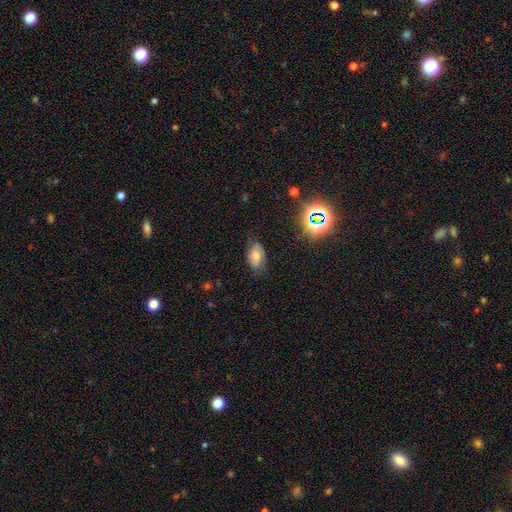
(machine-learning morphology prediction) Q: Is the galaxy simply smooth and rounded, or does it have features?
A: smooth — 65%.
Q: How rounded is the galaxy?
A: in between — 90%.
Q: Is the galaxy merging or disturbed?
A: none — 68%.